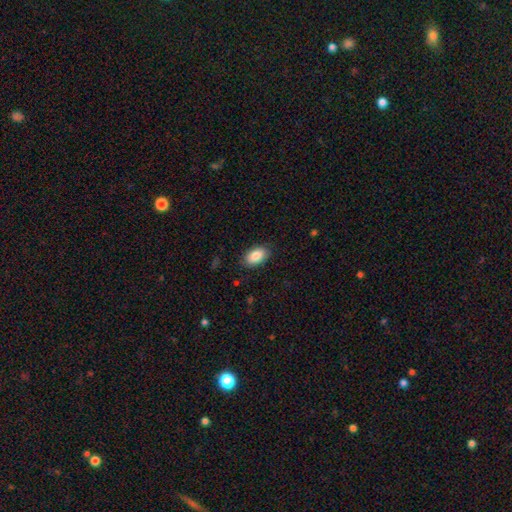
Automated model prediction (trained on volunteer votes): Smooth or featured? smooth (86%)
How rounded? in between (93%)
Merging? none (86%)